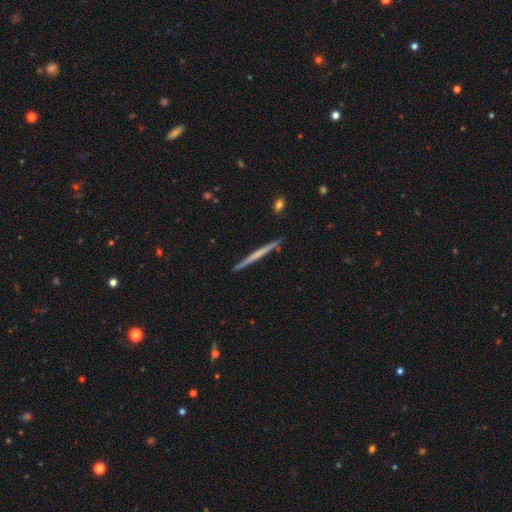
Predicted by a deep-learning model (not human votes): Smooth or featured: featured or disk — 52% (smooth — 42%)
Edge-on disk: yes — 98% (no — 2%)
Edge-on bulge: none — 85% (rounded — 11%)
Merging: none — 92% (minor disturbance — 6%)